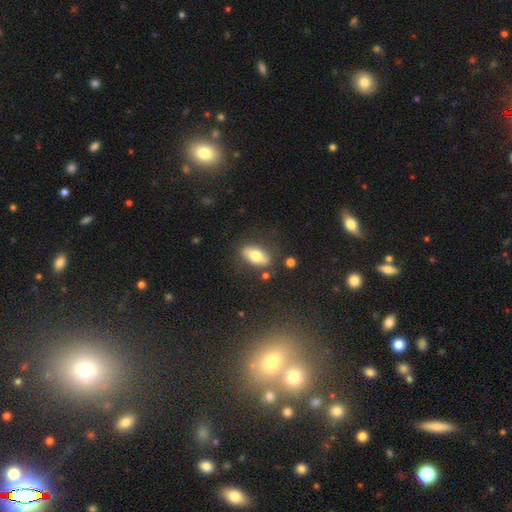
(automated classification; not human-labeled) smooth-or-featured: smooth: 70% | featured or disk: 23% | star or artifact: 8%
  how-rounded: in between: 84% | cigar-shaped: 11% | round: 5%
  merging: none: 79% | minor disturbance: 13% | major disturbance: 4% | merger: 4%